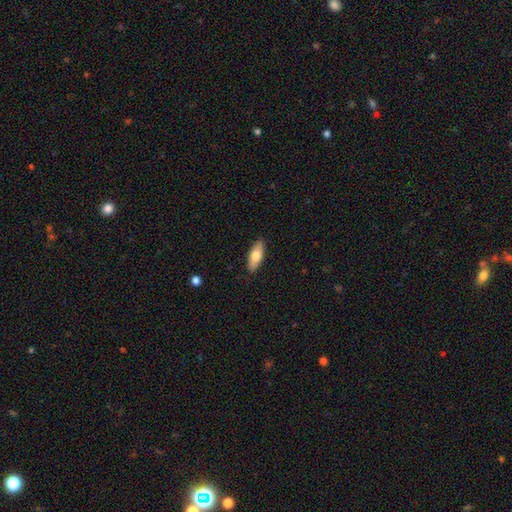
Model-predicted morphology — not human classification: Smooth or featured? smooth (74%)
How rounded? in between (74%)
Merging? none (88%)